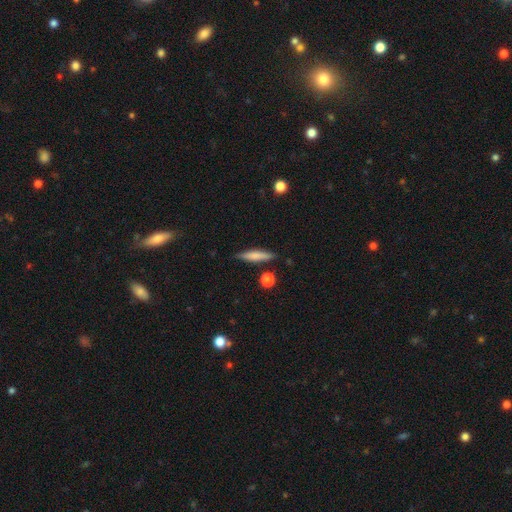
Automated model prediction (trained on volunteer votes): smooth 67%, featured or disk 26%, star or artifact 7%. Down the decision tree: how rounded — cigar-shaped (83%); merging — none (84%).